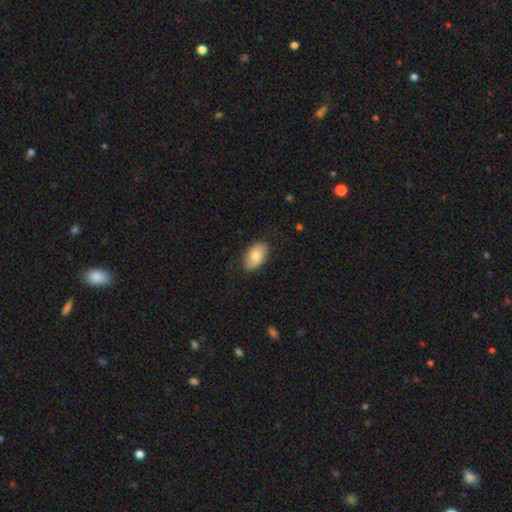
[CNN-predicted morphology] A smooth galaxy with no disk features (72%) that is in between round and cigar-shaped (93%). Merging: none (84%).